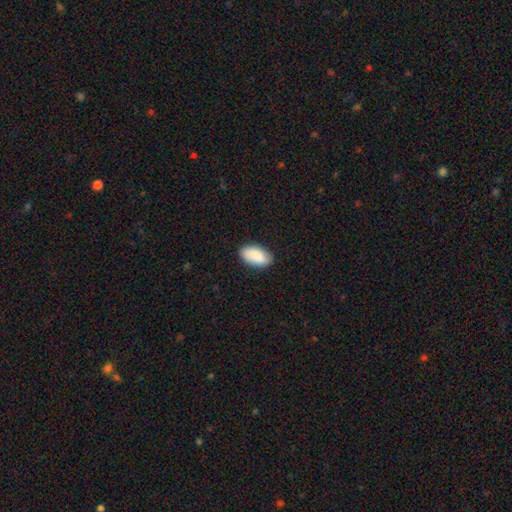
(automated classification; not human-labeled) This is clearly a smooth galaxy (89%). How rounded: clearly in between (95%). Merging: clearly none (84%).